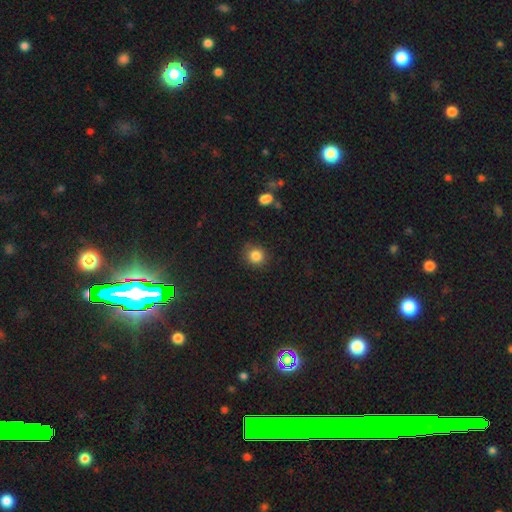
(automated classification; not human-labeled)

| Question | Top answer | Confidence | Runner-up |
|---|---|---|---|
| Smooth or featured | smooth | 84% | star or artifact (11%) |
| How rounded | round | 89% | in between (10%) |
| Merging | none | 86% | minor disturbance (10%) |